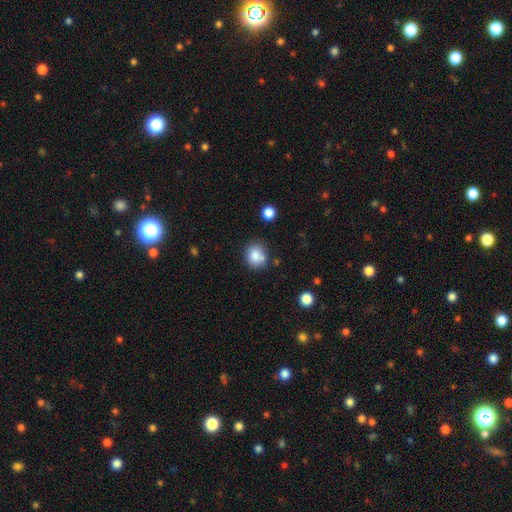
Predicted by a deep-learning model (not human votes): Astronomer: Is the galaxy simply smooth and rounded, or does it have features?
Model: smooth — 82%.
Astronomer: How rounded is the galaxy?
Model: round — 71%.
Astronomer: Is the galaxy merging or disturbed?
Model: none — 67%.